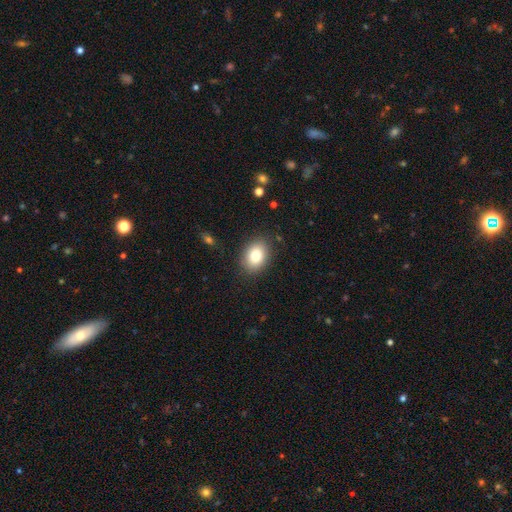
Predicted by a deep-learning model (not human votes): This is clearly a smooth galaxy (82%). How rounded: likely in between (69%). Merging: clearly none (86%).